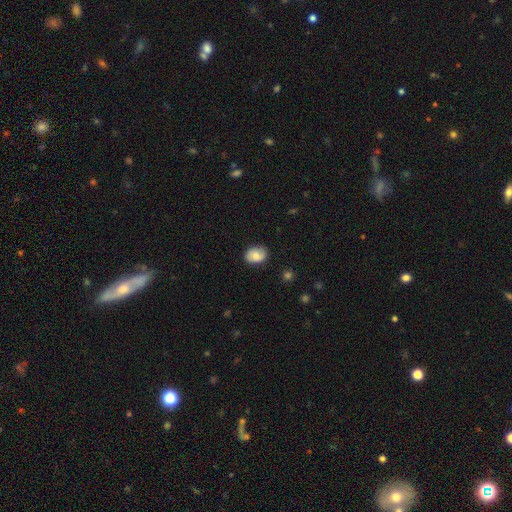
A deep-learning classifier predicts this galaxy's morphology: Smooth or featured?
  - smooth: 72% *
  - featured or disk: 20%
  - star or artifact: 8%
How rounded?
  - in between: 67% *
  - round: 32%
  - cigar-shaped: 1%
Merging?
  - none: 82% *
  - minor disturbance: 14%
  - major disturbance: 3%
  - merger: 1%